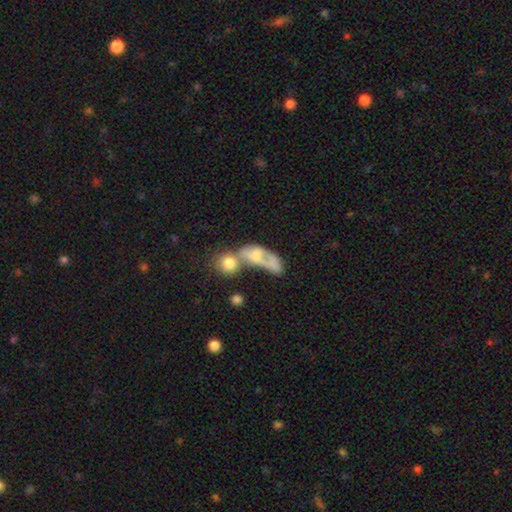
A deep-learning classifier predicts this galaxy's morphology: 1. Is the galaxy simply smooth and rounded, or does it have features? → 55% smooth, 34% featured or disk, 11% star or artifact.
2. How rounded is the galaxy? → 64% in between, 24% round, 12% cigar-shaped.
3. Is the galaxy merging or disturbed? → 58% merger, 16% major disturbance, 16% none, 9% minor disturbance.